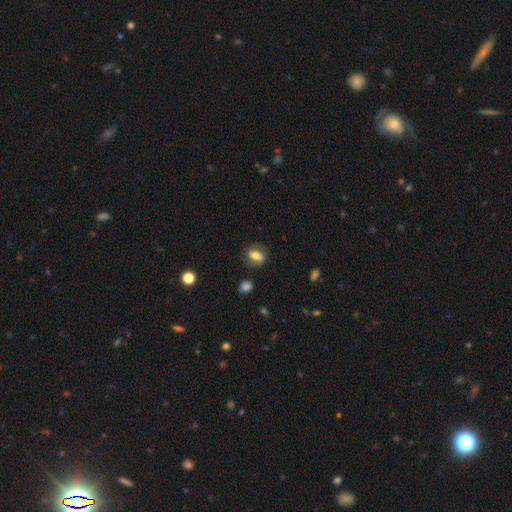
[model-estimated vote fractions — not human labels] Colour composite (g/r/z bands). It shows a smooth galaxy with no disk features (61%) that is in between round and cigar-shaped (73%). Merging: none (72%).